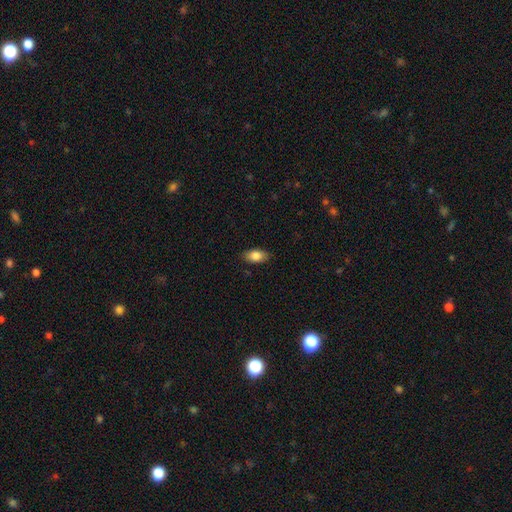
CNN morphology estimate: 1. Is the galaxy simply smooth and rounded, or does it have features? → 84% smooth, 9% featured or disk, 7% star or artifact.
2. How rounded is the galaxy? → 90% in between, 6% round, 4% cigar-shaped.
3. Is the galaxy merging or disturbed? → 86% none, 10% minor disturbance, 2% major disturbance, 1% merger.